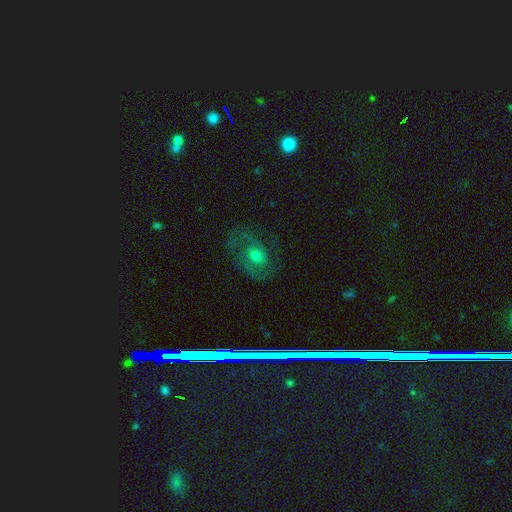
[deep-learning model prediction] Smooth or featured: featured or disk — 77% (smooth — 15%)
Edge-on disk: no — 97% (yes — 3%)
Bar: no — 65% (weak — 30%)
Spiral arms: yes — 89% (no — 11%)
Spiral winding: medium — 53% (tight — 28%)
Spiral arm count: 2 — 81% (can't tell — 9%)
Bulge size: moderate — 59% (small — 31%)
Merging: none — 71% (minor disturbance — 16%)